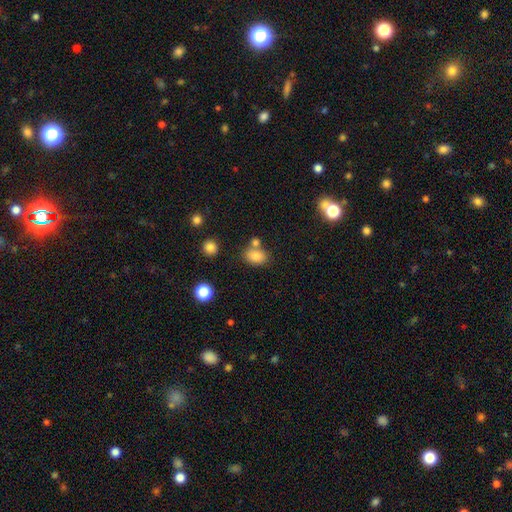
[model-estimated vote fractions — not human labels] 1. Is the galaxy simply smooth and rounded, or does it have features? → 82% smooth, 11% star or artifact, 8% featured or disk.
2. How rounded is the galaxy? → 72% in between, 27% round, 1% cigar-shaped.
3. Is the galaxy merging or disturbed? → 63% none, 20% merger, 13% minor disturbance, 4% major disturbance.